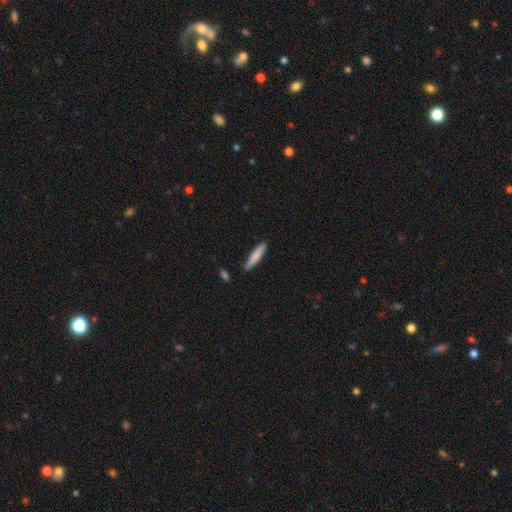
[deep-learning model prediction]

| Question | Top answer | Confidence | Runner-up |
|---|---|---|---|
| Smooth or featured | smooth | 82% | featured or disk (13%) |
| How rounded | cigar-shaped | 88% | in between (10%) |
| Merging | none | 87% | minor disturbance (9%) |